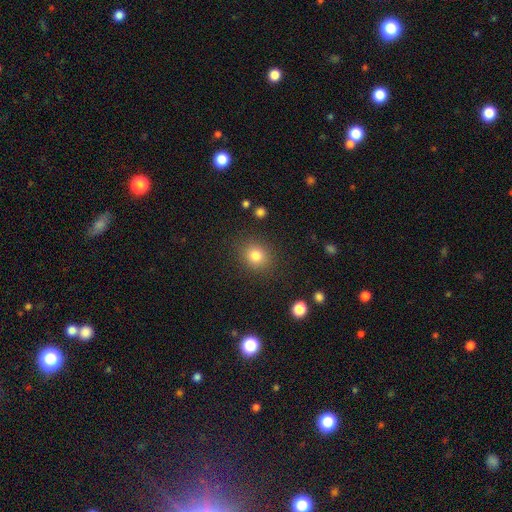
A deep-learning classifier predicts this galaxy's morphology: The model was most divided on "how rounded": round: 75%, in between: 24%, cigar-shaped: 1%. More confident: merging — none (87%); smooth or featured — smooth (81%).